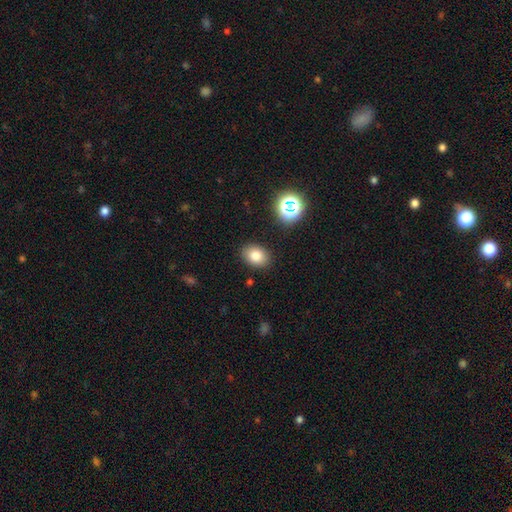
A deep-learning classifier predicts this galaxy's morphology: Smooth or featured? smooth (80%)
How rounded? in between (67%)
Merging? none (86%)